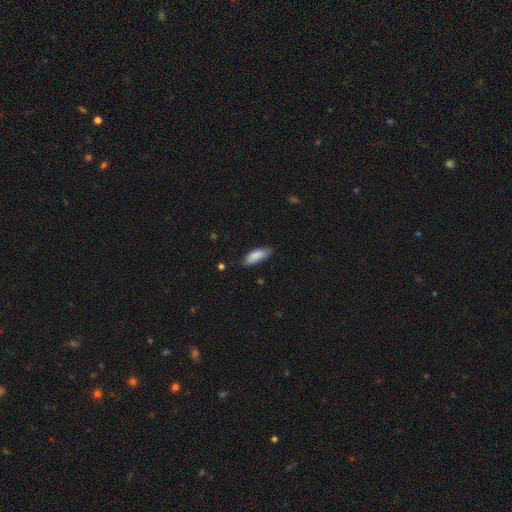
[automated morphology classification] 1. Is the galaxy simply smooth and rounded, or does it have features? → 86% smooth, 8% featured or disk, 6% star or artifact.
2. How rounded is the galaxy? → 72% in between, 26% cigar-shaped, 2% round.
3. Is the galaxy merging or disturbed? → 73% none, 22% minor disturbance, 3% major disturbance, 1% merger.